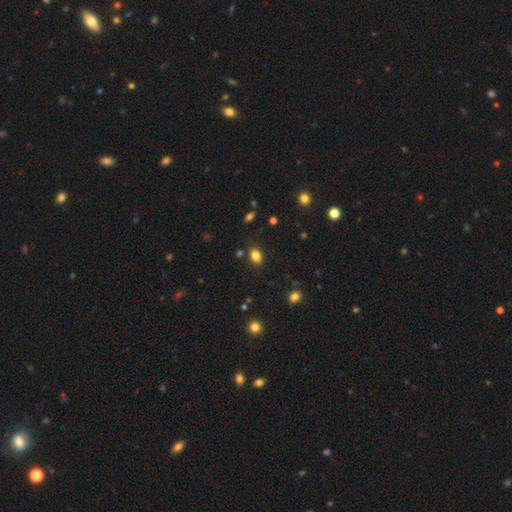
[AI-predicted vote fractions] Smooth or featured?
  - smooth: 83% *
  - star or artifact: 11%
  - featured or disk: 6%
How rounded?
  - in between: 81% *
  - round: 18%
  - cigar-shaped: 2%
Merging?
  - none: 82% *
  - minor disturbance: 12%
  - major disturbance: 3%
  - merger: 3%